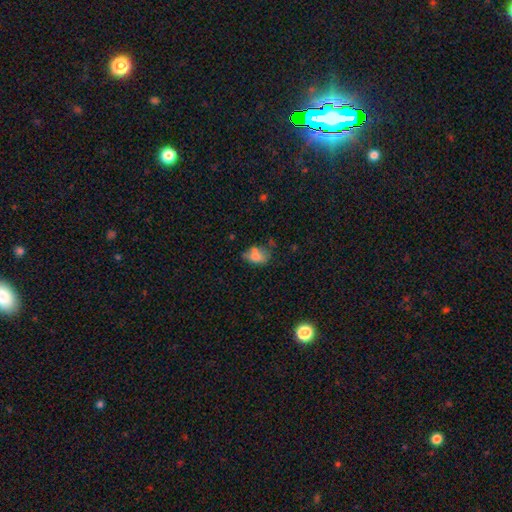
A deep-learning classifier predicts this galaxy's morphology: This is likely a smooth galaxy (72%). How rounded: likely in between (74%). Merging: possibly none (46%).